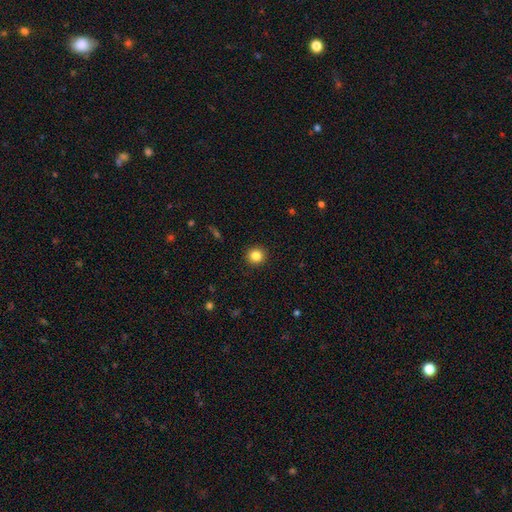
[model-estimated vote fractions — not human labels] The model was most divided on "smooth or featured": smooth: 84%, star or artifact: 11%, featured or disk: 5%. More confident: how rounded — round (94%); merging — none (93%).